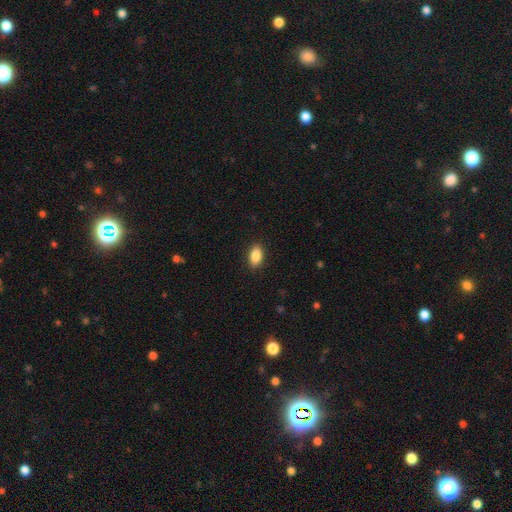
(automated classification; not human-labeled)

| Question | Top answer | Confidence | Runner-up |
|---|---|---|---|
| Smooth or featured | smooth | 88% | star or artifact (7%) |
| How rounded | in between | 91% | round (6%) |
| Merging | none | 89% | minor disturbance (8%) |